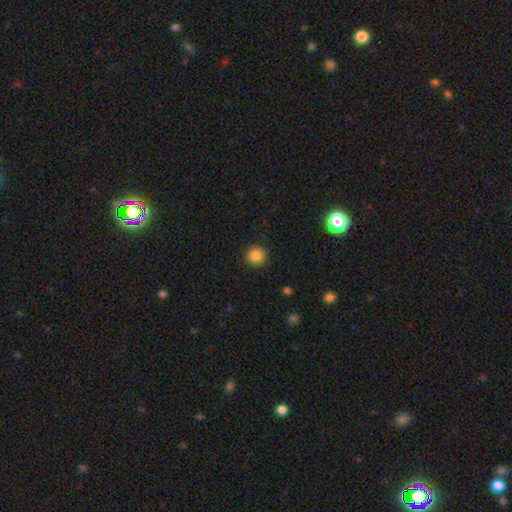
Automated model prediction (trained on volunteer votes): Q: Smooth or featured?
A: smooth (86%); runner-up: star or artifact (10%)
Q: How rounded?
A: round (94%); runner-up: in between (5%)
Q: Merging?
A: none (90%); runner-up: minor disturbance (6%)